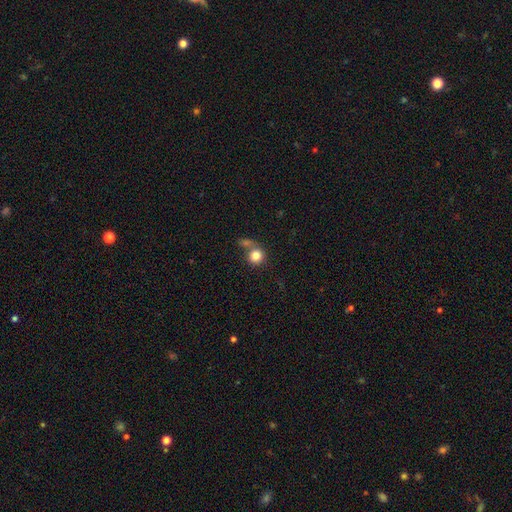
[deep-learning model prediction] smooth_or_featured: smooth (p=0.81) [alt: star or artifact p=0.10]
how_rounded: round (p=0.89) [alt: in between p=0.10]
merging: none (p=0.50) [alt: merger p=0.32]